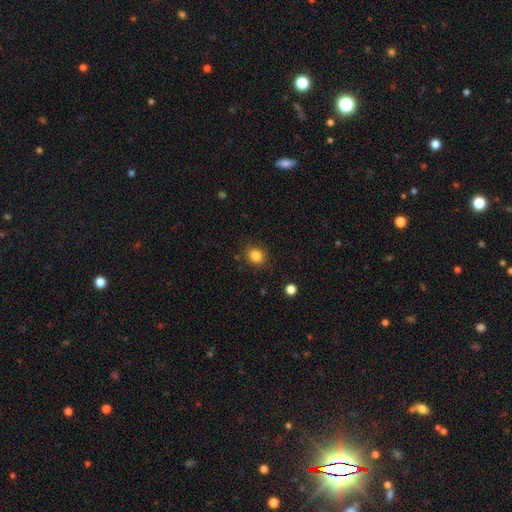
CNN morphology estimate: Q: Smooth or featured?
A: smooth (84%); runner-up: star or artifact (11%)
Q: How rounded?
A: round (69%); runner-up: in between (30%)
Q: Merging?
A: none (87%); runner-up: minor disturbance (9%)